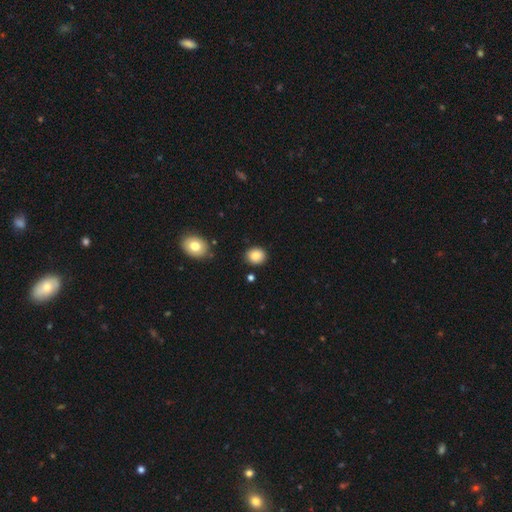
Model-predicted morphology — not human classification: This is clearly a smooth galaxy (86%). How rounded: likely round (71%). Merging: clearly none (88%).